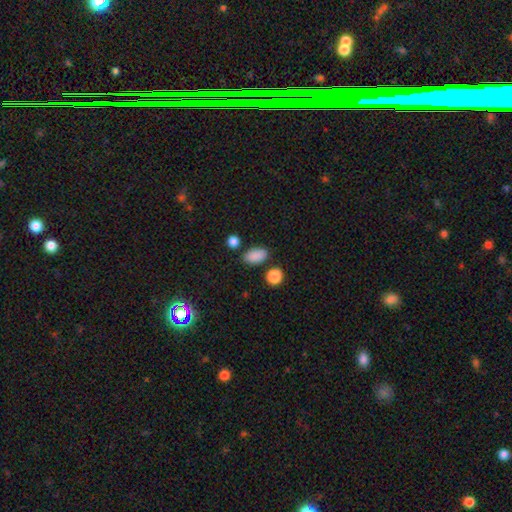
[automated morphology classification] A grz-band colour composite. It shows a smooth galaxy with no disk features (86%) that is in between round and cigar-shaped (90%). Merging: none (81%).